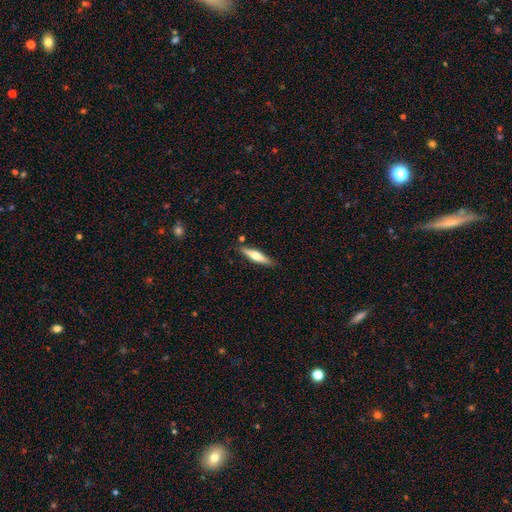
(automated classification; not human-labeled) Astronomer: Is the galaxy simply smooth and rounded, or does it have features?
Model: smooth — 50% (runner-up: featured or disk, 44%).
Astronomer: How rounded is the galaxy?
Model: cigar-shaped — 81%.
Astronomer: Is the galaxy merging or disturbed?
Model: none — 84%.